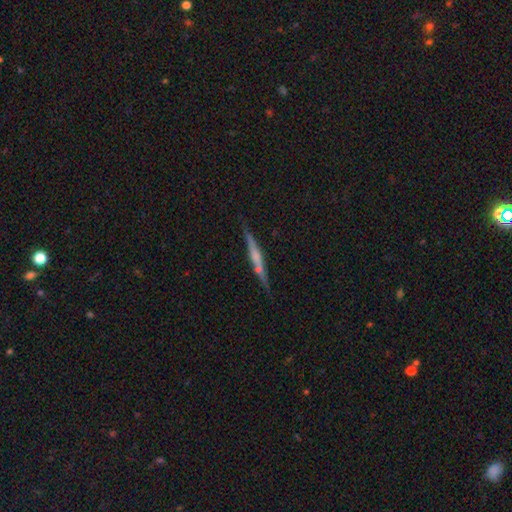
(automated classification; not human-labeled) smooth-or-featured: featured or disk: 59% | smooth: 34% | star or artifact: 6%
  disk-edge-on: yes: 96% | no: 4%
    edge-on-bulge: rounded: 47% | none: 32% | boxy: 21%
  merging: none: 79% | minor disturbance: 13% | merger: 6% | major disturbance: 3%